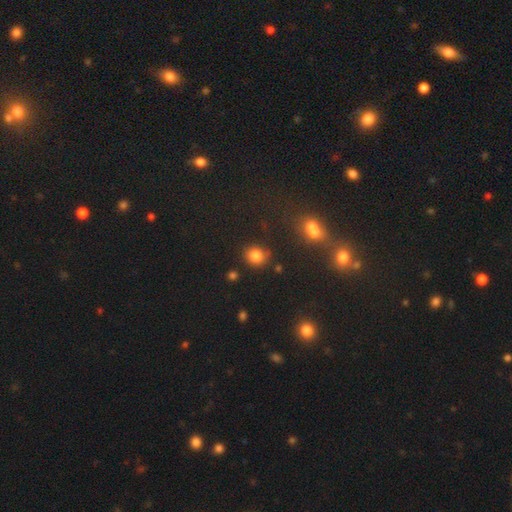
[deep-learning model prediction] Smooth or featured? smooth (81%)
How rounded? round (77%)
Merging? none (77%)